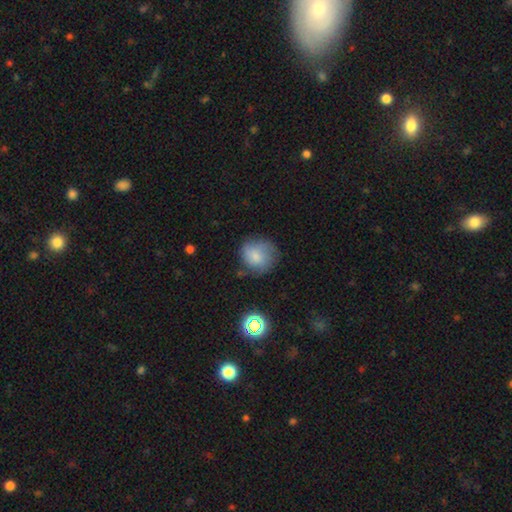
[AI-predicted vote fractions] A smooth galaxy with no disk features (73%) that is round (83%). Merging: none (62%).